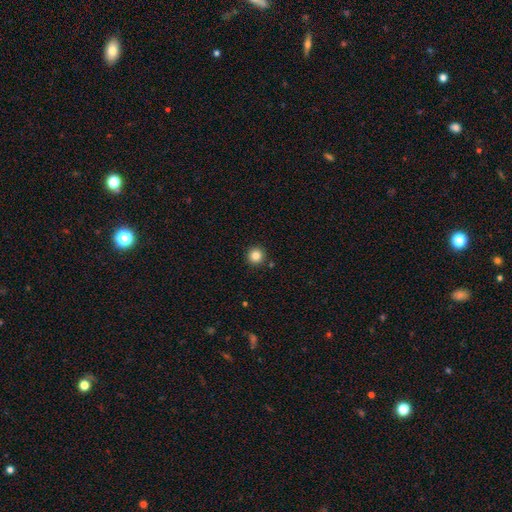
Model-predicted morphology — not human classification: Overall: smooth (84%). How rounded: round (96%). Merging: none (91%).